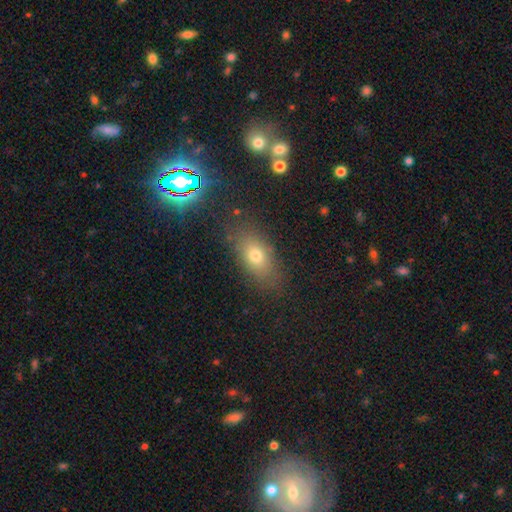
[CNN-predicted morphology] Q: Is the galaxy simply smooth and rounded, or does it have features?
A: smooth — 67%.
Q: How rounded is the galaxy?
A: in between — 78%.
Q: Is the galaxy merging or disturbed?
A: none — 81%.